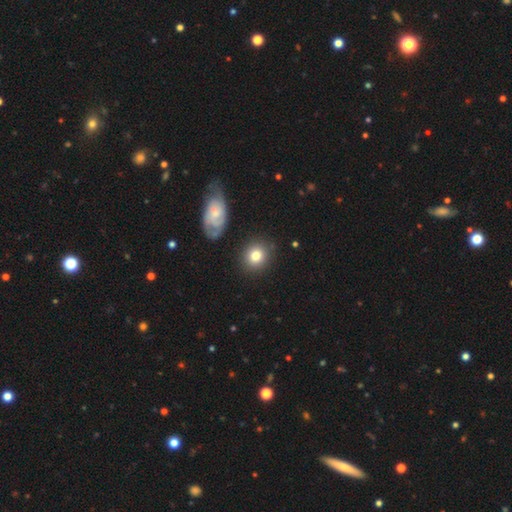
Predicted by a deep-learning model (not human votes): smooth-or-featured: smooth: 79% | featured or disk: 12% | star or artifact: 9%
  how-rounded: round: 81% | in between: 18% | cigar-shaped: 1%
  merging: none: 83% | minor disturbance: 10% | merger: 3% | major disturbance: 3%